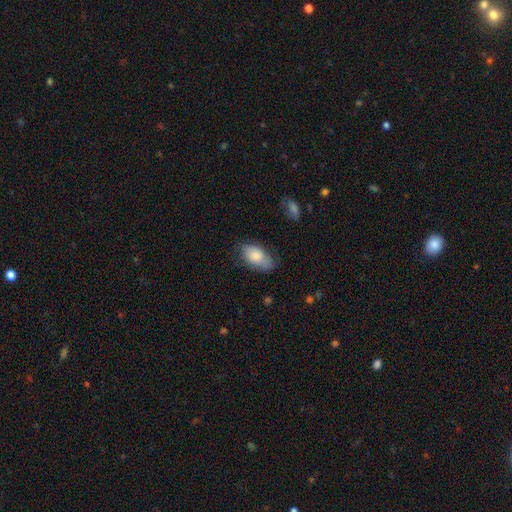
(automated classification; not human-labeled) smooth 78%, featured or disk 16%, star or artifact 7%. Down the decision tree: how rounded — in between (93%); merging — none (60%).